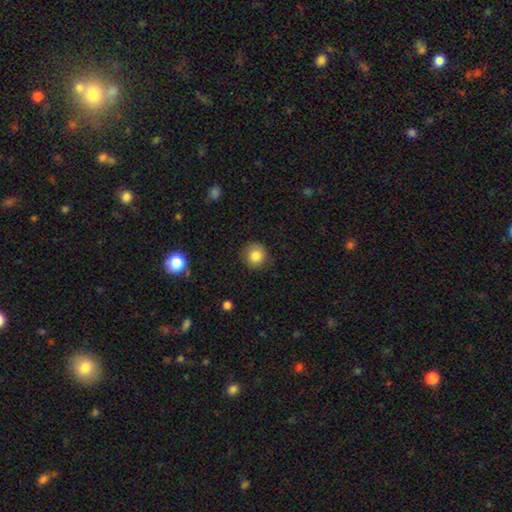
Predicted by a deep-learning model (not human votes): A smooth galaxy with no disk features (84%) that is round (90%).

Vote fractions:
- Smooth or featured? smooth: 84% / star or artifact: 10% / featured or disk: 6%
- How rounded? round: 90% / in between: 9% / cigar-shaped: 1%
- Merging? none: 86% / minor disturbance: 10% / major disturbance: 3% / merger: 1%